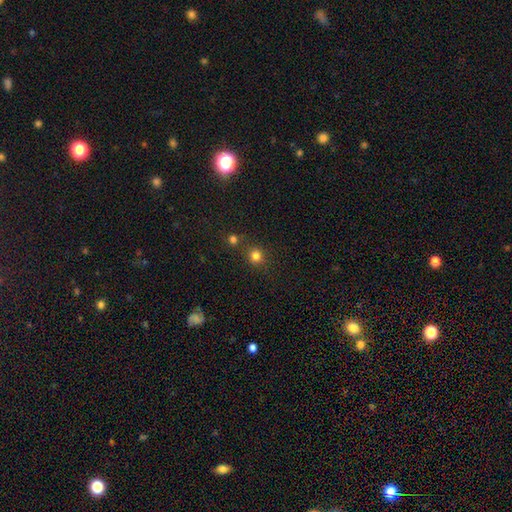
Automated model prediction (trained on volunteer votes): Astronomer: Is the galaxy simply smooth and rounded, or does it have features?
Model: smooth — 80%.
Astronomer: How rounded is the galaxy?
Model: round — 89%.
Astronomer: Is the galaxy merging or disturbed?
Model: none — 76%.